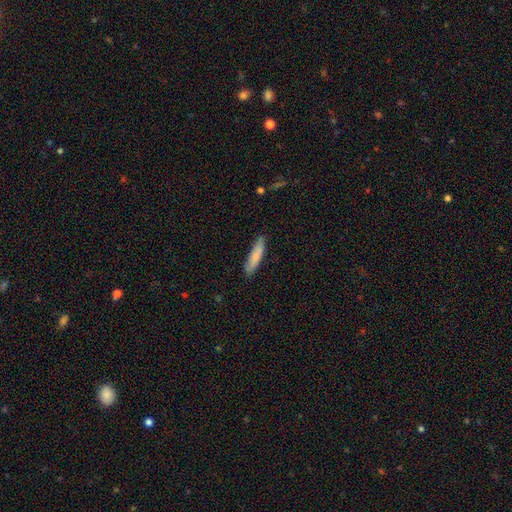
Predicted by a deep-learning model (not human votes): smooth_or_featured: smooth (p=0.76) [alt: featured or disk p=0.18]
how_rounded: cigar-shaped (p=0.81) [alt: in between p=0.18]
merging: none (p=0.86) [alt: minor disturbance p=0.10]